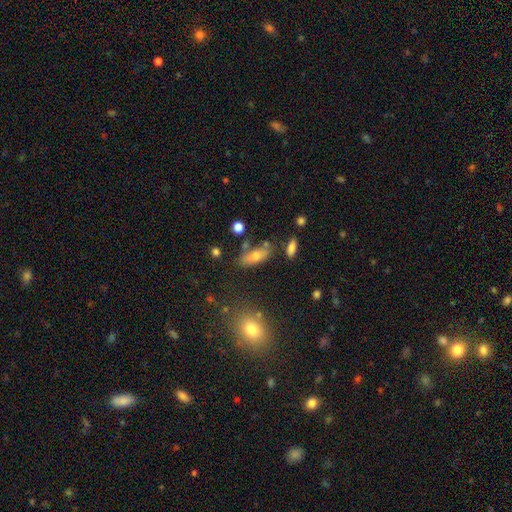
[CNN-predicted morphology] Smooth or featured?
  - smooth: 63% *
  - featured or disk: 25%
  - star or artifact: 12%
How rounded?
  - in between: 68% *
  - cigar-shaped: 27%
  - round: 5%
Merging?
  - none: 66% *
  - minor disturbance: 18%
  - merger: 10%
  - major disturbance: 6%